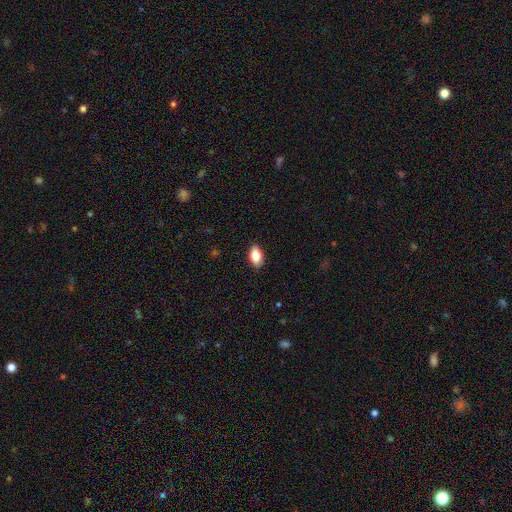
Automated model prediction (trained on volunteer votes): Smooth or featured? Predicted: smooth (p=0.84). How rounded? Predicted: in between (p=0.91). Merging? Predicted: none (p=0.87).